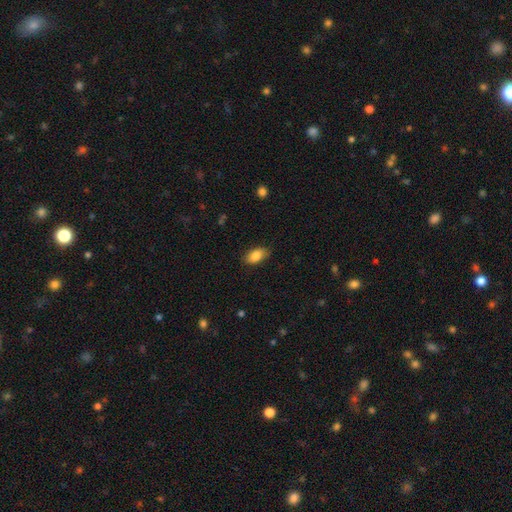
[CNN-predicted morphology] Q: Smooth or featured?
A: smooth (86%); runner-up: featured or disk (7%)
Q: How rounded?
A: in between (91%); runner-up: round (5%)
Q: Merging?
A: none (84%); runner-up: minor disturbance (12%)